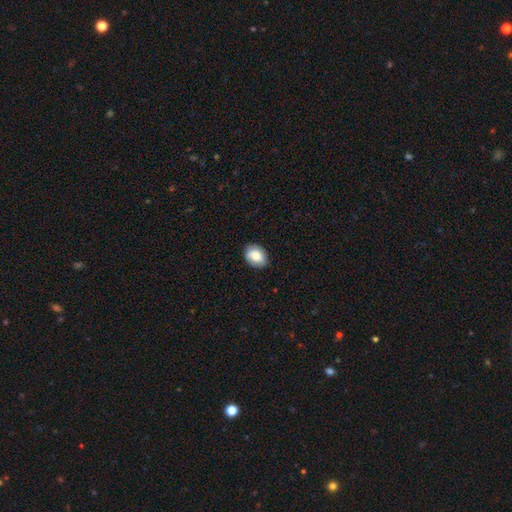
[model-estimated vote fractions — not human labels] The model was most divided on "how rounded": in between: 71%, round: 28%, cigar-shaped: 1%. More confident: merging — none (82%); smooth or featured — smooth (74%).